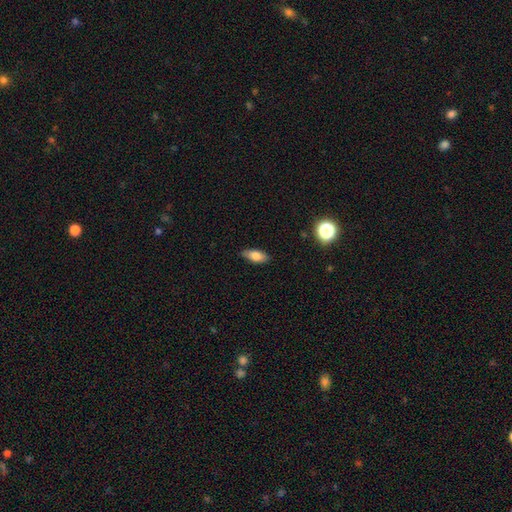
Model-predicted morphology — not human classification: The model was most divided on "smooth or featured": smooth: 79%, featured or disk: 13%, star or artifact: 8%. More confident: how rounded — in between (85%); merging — none (82%).